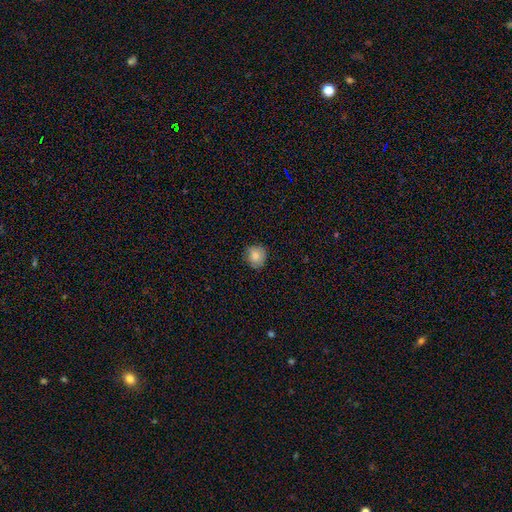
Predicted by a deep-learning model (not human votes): Morphology: type=smooth (82%); roundness=round (86%); merging=none (79%).